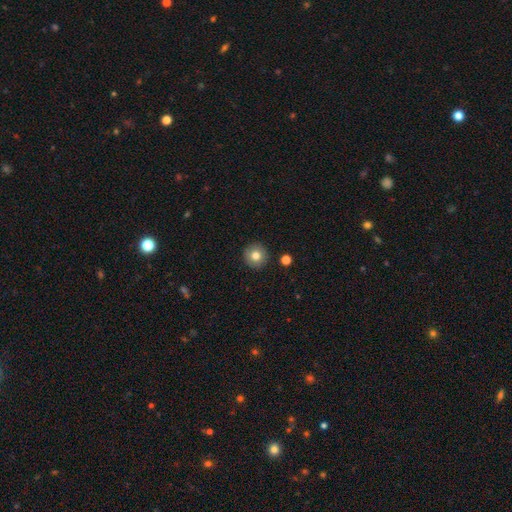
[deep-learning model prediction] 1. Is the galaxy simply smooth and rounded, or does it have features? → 78% smooth, 12% featured or disk, 10% star or artifact.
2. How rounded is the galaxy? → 95% round, 4% in between, 1% cigar-shaped.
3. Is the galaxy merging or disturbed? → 91% none, 5% minor disturbance, 2% major disturbance, 2% merger.